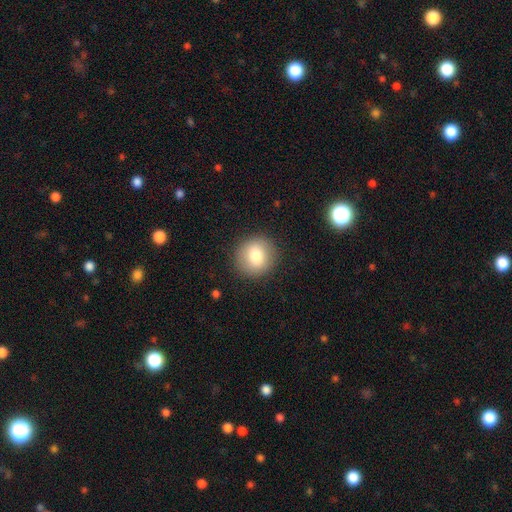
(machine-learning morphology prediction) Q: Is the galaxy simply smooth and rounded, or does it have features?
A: smooth — 79%.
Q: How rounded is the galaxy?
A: round — 92%.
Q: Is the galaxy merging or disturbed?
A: none — 90%.